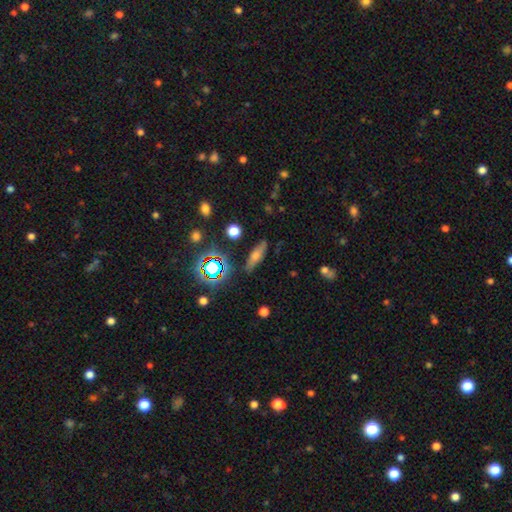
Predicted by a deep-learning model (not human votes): Smooth or featured?
  - smooth: 45% *
  - featured or disk: 30%
  - star or artifact: 25%
Merging?
  - none: 83% *
  - minor disturbance: 11%
  - major disturbance: 3%
  - merger: 3%